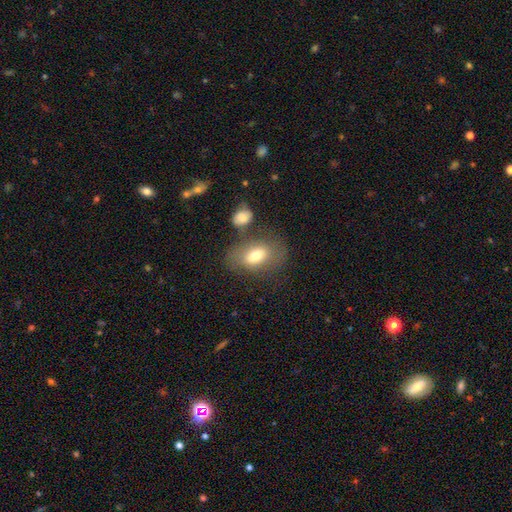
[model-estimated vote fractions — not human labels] Smooth or featured? Predicted: smooth (p=0.68). How rounded? Predicted: in between (p=0.85). Merging? Predicted: none (p=0.57).